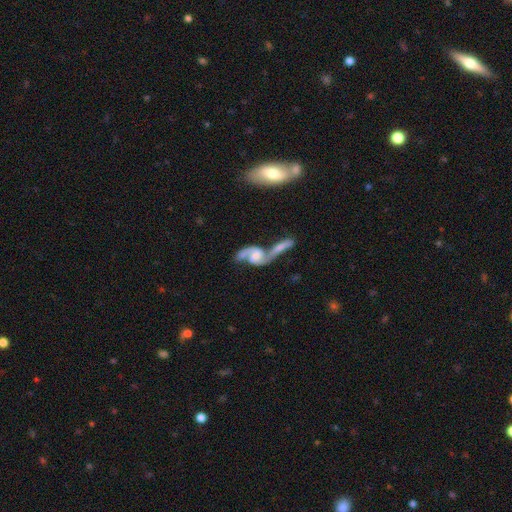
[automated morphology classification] Q: Smooth or featured?
A: featured or disk (86%); runner-up: smooth (9%)
Q: Edge-on disk?
A: no (96%); runner-up: yes (4%)
Q: Bar?
A: no (47%); runner-up: weak (40%)
Q: Spiral arms?
A: yes (95%); runner-up: no (5%)
Q: Spiral winding?
A: loose (53%); runner-up: medium (38%)
Q: Spiral arm count?
A: 2 (90%); runner-up: 1 (4%)
Q: Bulge size?
A: small (44%); runner-up: moderate (33%)
Q: Merging?
A: merger (60%); runner-up: none (23%)